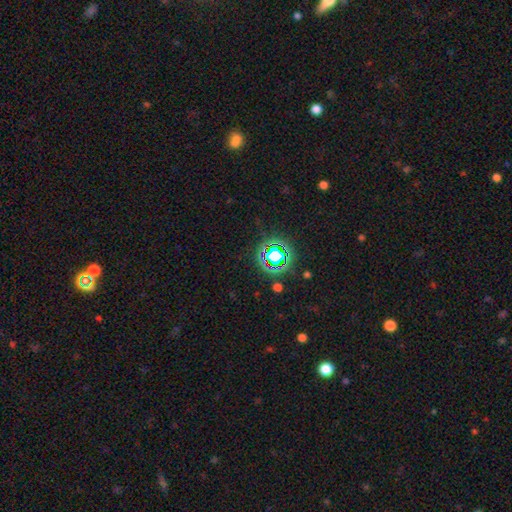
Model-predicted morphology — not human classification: A star or artifact, not a galaxy (78%).

Vote fractions:
- Smooth or featured? star or artifact: 78% / smooth: 15% / featured or disk: 8%